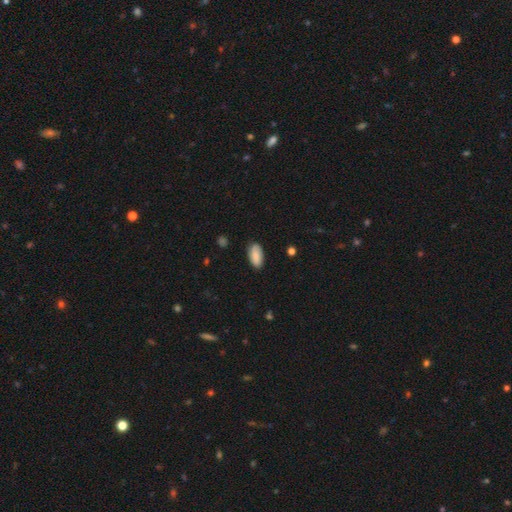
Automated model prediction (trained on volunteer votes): Smooth or featured? Predicted: smooth (p=0.87). How rounded? Predicted: in between (p=0.91). Merging? Predicted: none (p=0.84).